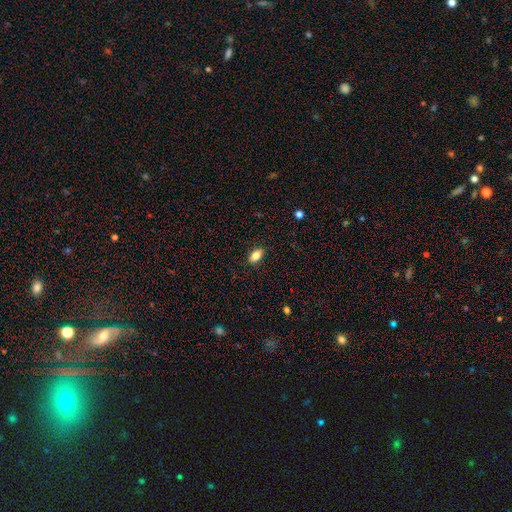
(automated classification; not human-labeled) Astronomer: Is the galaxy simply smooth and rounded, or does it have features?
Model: smooth — 81%.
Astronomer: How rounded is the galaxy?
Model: in between — 87%.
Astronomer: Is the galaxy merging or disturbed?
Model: none — 87%.